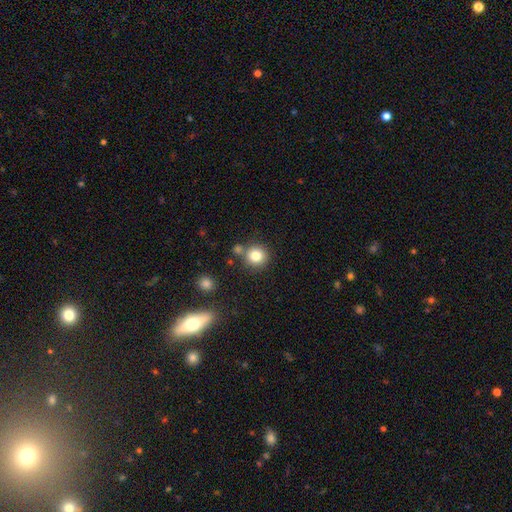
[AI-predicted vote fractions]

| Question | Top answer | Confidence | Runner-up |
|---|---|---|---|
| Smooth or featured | smooth | 81% | star or artifact (11%) |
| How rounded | round | 92% | in between (7%) |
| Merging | none | 74% | merger (14%) |